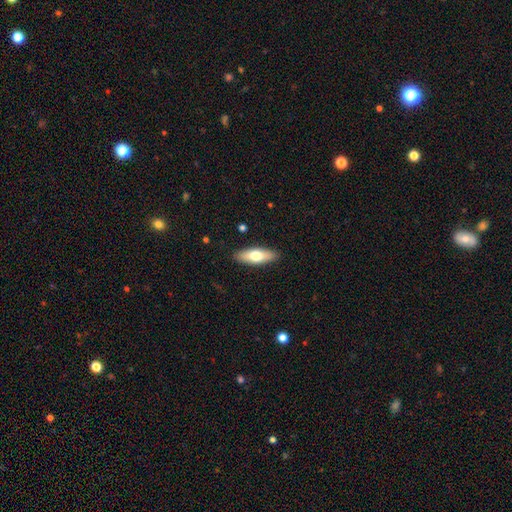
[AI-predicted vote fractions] Smooth or featured? Predicted: smooth (p=0.67). How rounded? Predicted: in between (p=0.65). Merging? Predicted: none (p=0.89).